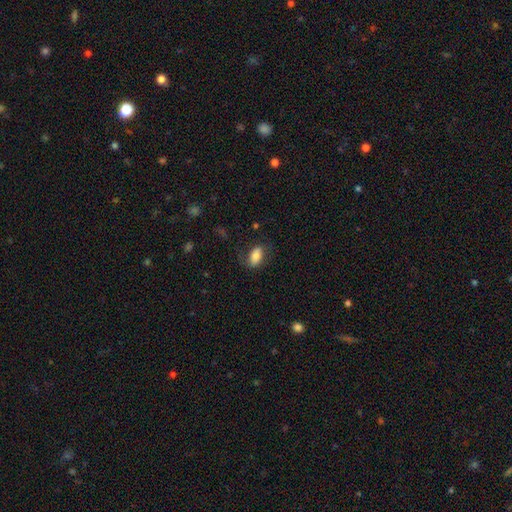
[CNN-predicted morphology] This appears to be a smooth galaxy with no disk features (78%) that is in between round and cigar-shaped (90%). Merging: none (67%).